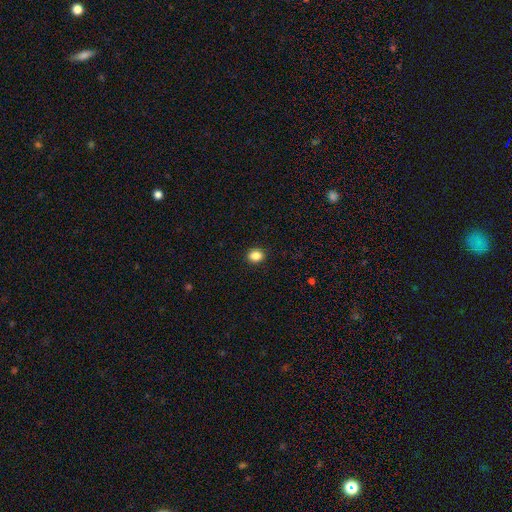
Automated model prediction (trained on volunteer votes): A smooth galaxy with no disk features (86%) that is round (62%). Merging: none (92%).